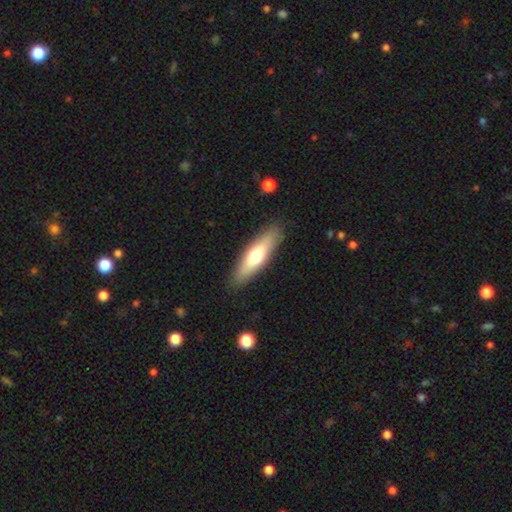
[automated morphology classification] Smooth or featured? smooth (60%)
How rounded? cigar-shaped (64%)
Merging? none (88%)